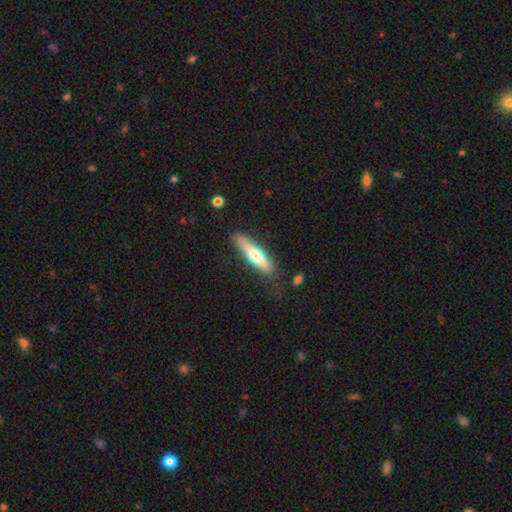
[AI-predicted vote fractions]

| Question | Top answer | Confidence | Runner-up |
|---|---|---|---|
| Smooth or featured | smooth | 50% | featured or disk (45%) |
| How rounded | cigar-shaped | 80% | in between (18%) |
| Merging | none | 75% | minor disturbance (17%) |